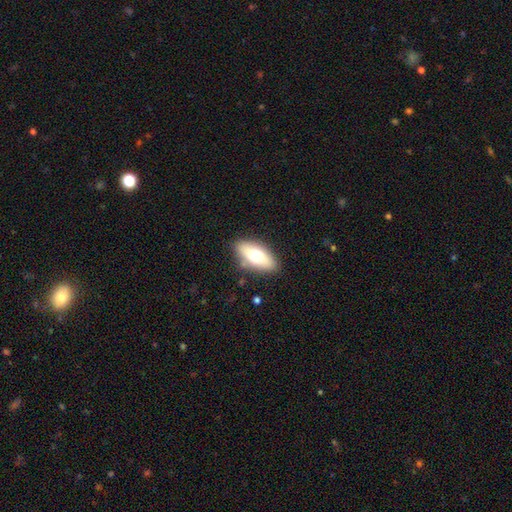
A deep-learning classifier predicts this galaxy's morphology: Smooth or featured?
  - smooth: 67% *
  - featured or disk: 27%
  - star or artifact: 7%
How rounded?
  - in between: 85% *
  - cigar-shaped: 12%
  - round: 3%
Merging?
  - none: 84% *
  - minor disturbance: 12%
  - major disturbance: 3%
  - merger: 2%